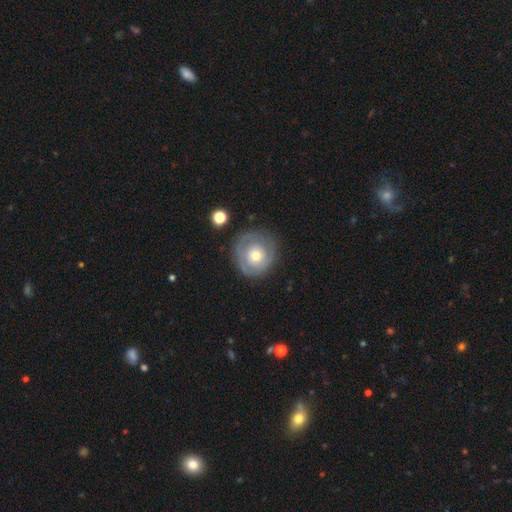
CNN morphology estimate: This appears to be a featured or disk galaxy (54%) with no bar (87%), spiral arms (54%) and a moderate central bulge (66%). Merging: none (76%).